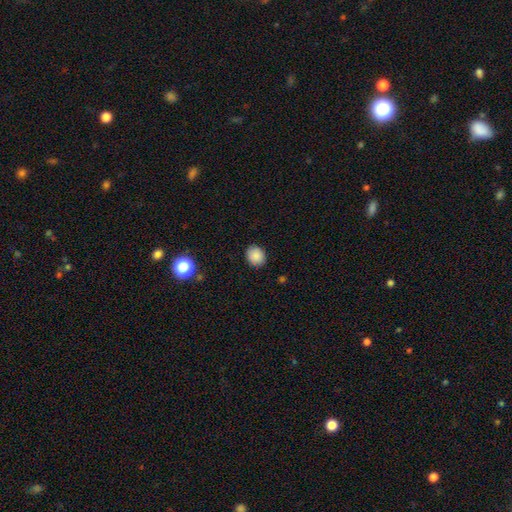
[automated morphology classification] This is clearly a smooth galaxy (87%). How rounded: likely round (67%). Merging: clearly none (87%).